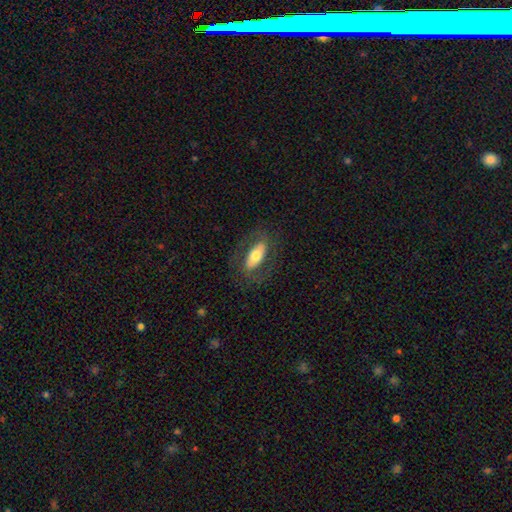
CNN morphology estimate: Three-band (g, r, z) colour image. It shows a smooth galaxy with no disk features (51%) that is in between round and cigar-shaped (84%). Merging: none (76%).